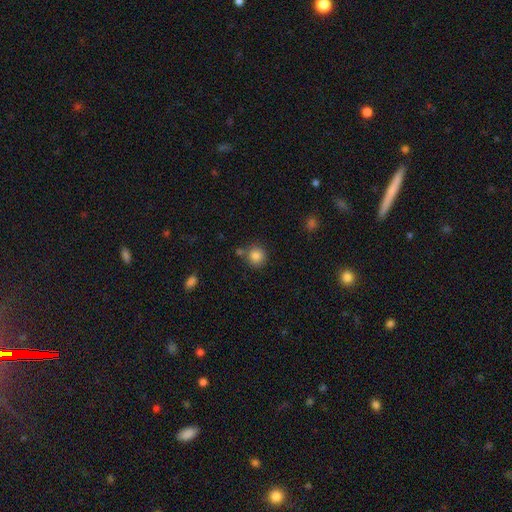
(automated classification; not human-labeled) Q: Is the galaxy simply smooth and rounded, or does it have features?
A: smooth — 84%.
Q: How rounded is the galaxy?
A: round — 92%.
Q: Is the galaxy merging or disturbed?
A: none — 75%.